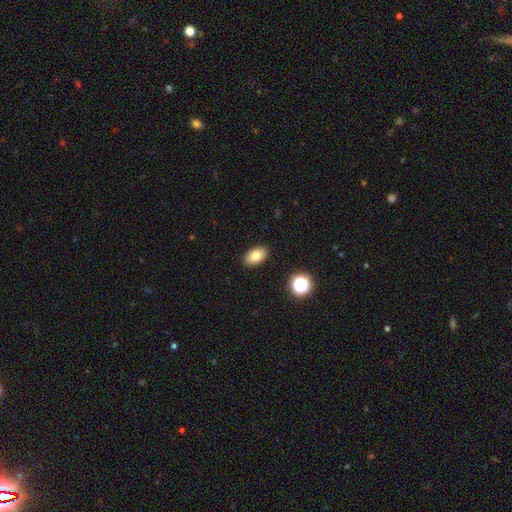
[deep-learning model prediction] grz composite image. It shows a smooth galaxy with no disk features (81%) that is in between round and cigar-shaped (90%). Merging: none (89%).